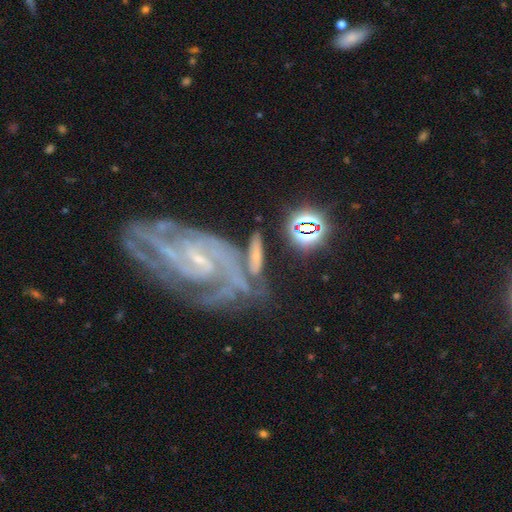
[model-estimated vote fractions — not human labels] Overall: featured or disk (55%; smooth 33%). Edge-on disk: no (77%). Merging: none (50%; merger 22%).